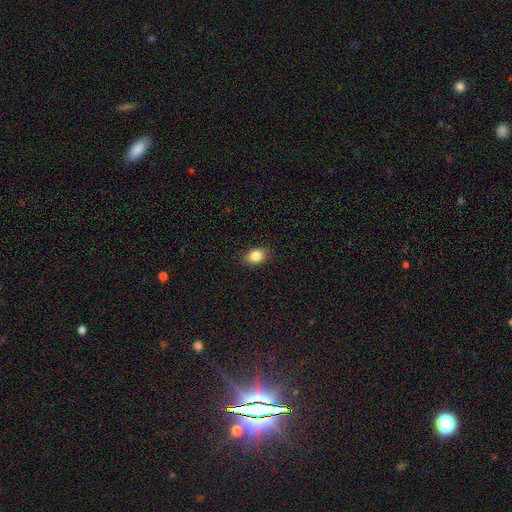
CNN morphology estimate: smooth_or_featured: smooth (p=0.85) [alt: star or artifact p=0.09]
how_rounded: in between (p=0.63) [alt: round p=0.36]
merging: none (p=0.88) [alt: minor disturbance p=0.09]